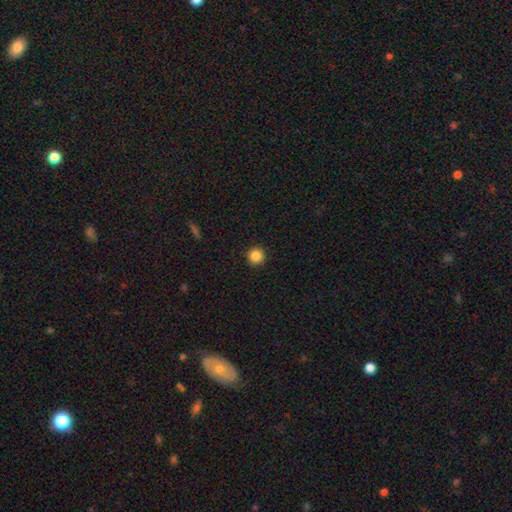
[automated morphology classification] This appears to be a smooth galaxy with no disk features (86%) that is round (95%). Merging: none (93%).